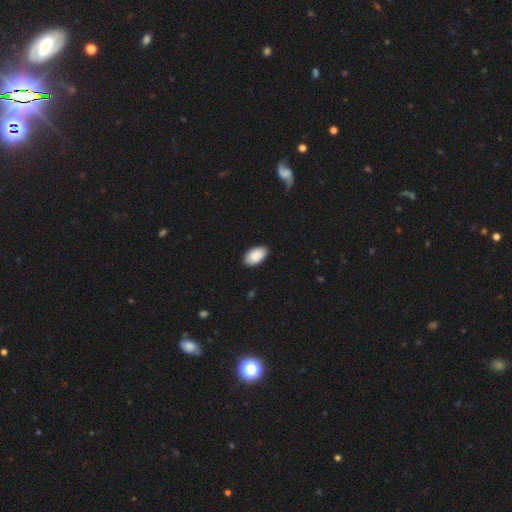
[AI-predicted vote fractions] Q: Smooth or featured?
A: smooth (91%); runner-up: star or artifact (6%)
Q: How rounded?
A: in between (95%); runner-up: round (3%)
Q: Merging?
A: none (88%); runner-up: minor disturbance (9%)